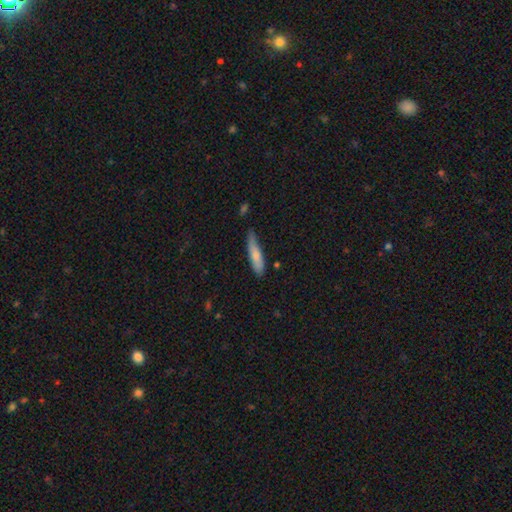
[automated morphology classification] This is likely a smooth galaxy (75%). How rounded: likely cigar-shaped (78%). Merging: possibly none (59%).